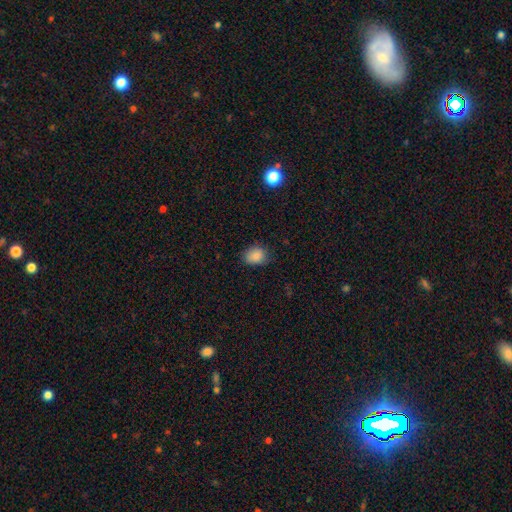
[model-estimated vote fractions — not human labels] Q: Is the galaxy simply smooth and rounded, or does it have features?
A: smooth — 86%.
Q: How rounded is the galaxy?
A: in between — 54%.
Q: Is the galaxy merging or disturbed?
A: none — 76%.